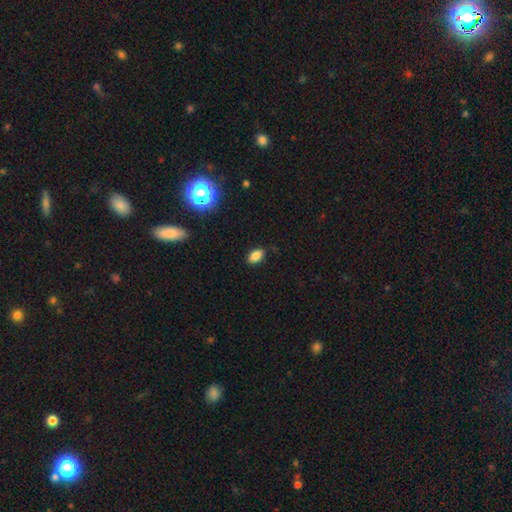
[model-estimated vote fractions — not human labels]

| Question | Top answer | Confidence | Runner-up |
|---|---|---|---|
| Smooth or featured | smooth | 83% | star or artifact (12%) |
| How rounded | in between | 89% | round (8%) |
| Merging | none | 87% | minor disturbance (9%) |